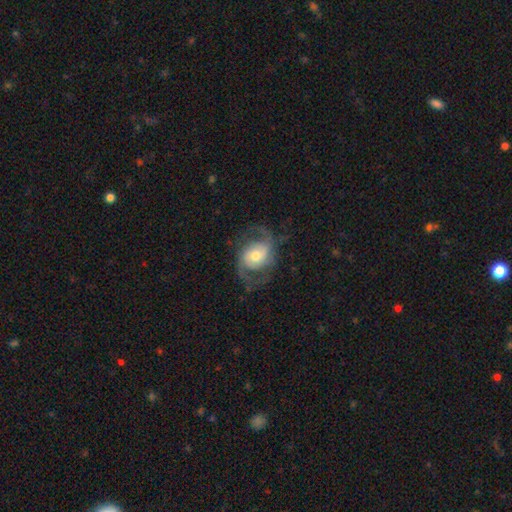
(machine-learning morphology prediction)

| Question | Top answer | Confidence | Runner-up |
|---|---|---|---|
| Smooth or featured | featured or disk | 78% | smooth (16%) |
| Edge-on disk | no | 97% | yes (3%) |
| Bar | no | 61% | weak (30%) |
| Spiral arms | yes | 91% | no (9%) |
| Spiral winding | medium | 47% | loose (35%) |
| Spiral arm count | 2 | 85% | can't tell (6%) |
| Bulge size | moderate | 65% | small (21%) |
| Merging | none | 64% | minor disturbance (18%) |